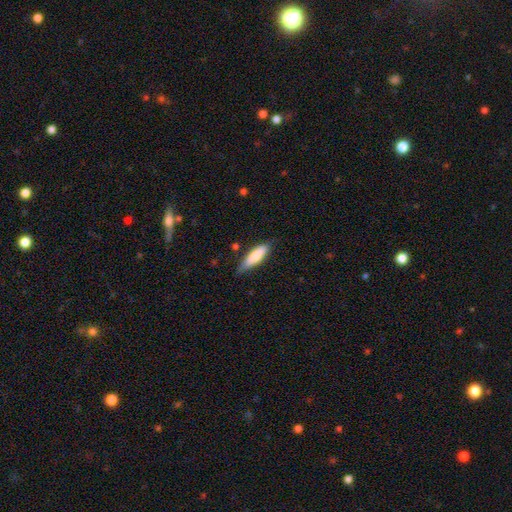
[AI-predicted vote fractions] Q: Smooth or featured?
A: smooth (76%); runner-up: featured or disk (19%)
Q: How rounded?
A: cigar-shaped (58%); runner-up: in between (40%)
Q: Merging?
A: none (73%); runner-up: minor disturbance (22%)